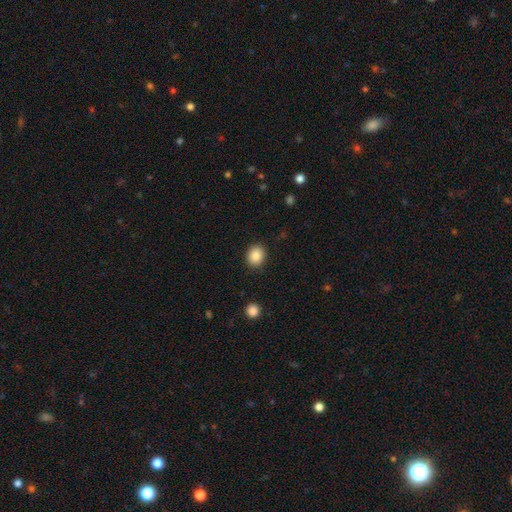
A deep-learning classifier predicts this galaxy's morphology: Smooth or featured?
  - smooth: 88% *
  - star or artifact: 9%
  - featured or disk: 4%
How rounded?
  - round: 67% *
  - in between: 32%
  - cigar-shaped: 1%
Merging?
  - none: 89% *
  - minor disturbance: 7%
  - major disturbance: 2%
  - merger: 1%